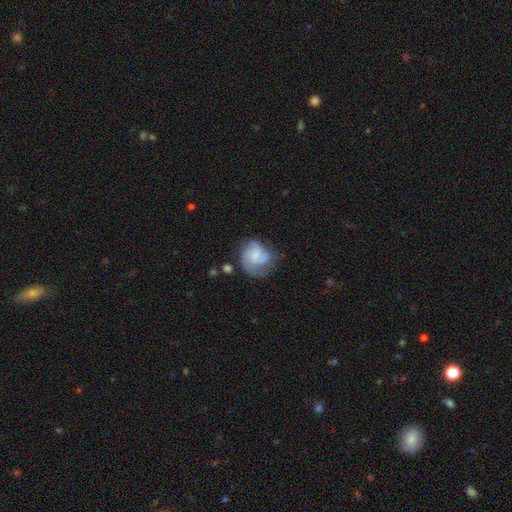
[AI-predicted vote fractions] A featured or disk galaxy (65%) with no bar (58%), 2 (35%) medium (45%) spiral arms (89%) and a small central bulge (46%). Merging: none (52%).